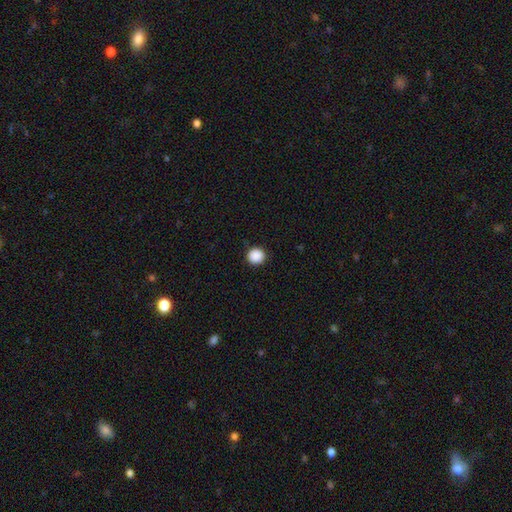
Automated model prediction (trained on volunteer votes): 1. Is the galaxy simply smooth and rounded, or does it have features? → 89% smooth, 9% star or artifact, 2% featured or disk.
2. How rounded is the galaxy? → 95% round, 4% in between, 1% cigar-shaped.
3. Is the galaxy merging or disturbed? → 92% none, 5% minor disturbance, 2% major disturbance, 1% merger.